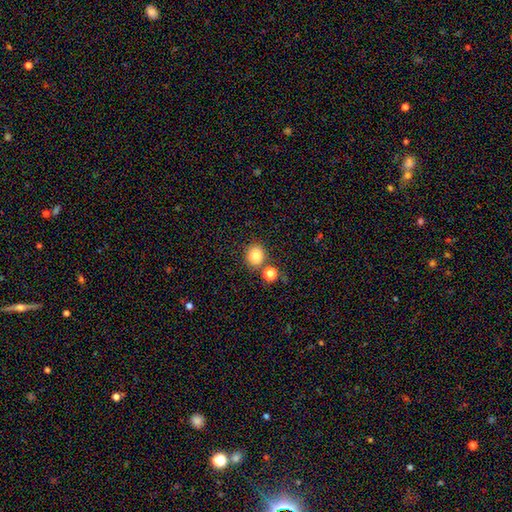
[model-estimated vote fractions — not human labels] A smooth galaxy with no disk features (82%) that is round (76%). Merging: none (78%).